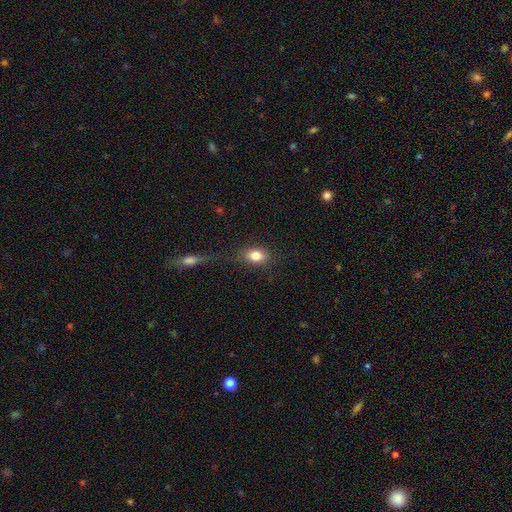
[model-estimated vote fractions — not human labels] smooth-or-featured: smooth: 81% | star or artifact: 10% | featured or disk: 9%
  how-rounded: in between: 67% | round: 31% | cigar-shaped: 2%
  merging: none: 76% | minor disturbance: 13% | major disturbance: 6% | merger: 5%